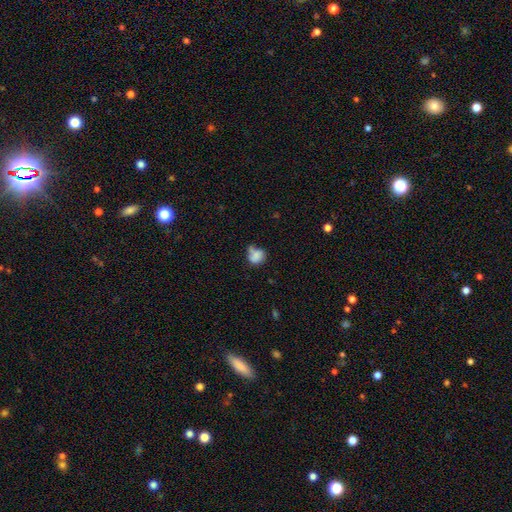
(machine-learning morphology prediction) Smooth or featured?
  - smooth: 74% *
  - featured or disk: 16%
  - star or artifact: 10%
How rounded?
  - round: 58% *
  - in between: 41%
  - cigar-shaped: 1%
Merging?
  - none: 37% *
  - minor disturbance: 28%
  - merger: 22%
  - major disturbance: 13%